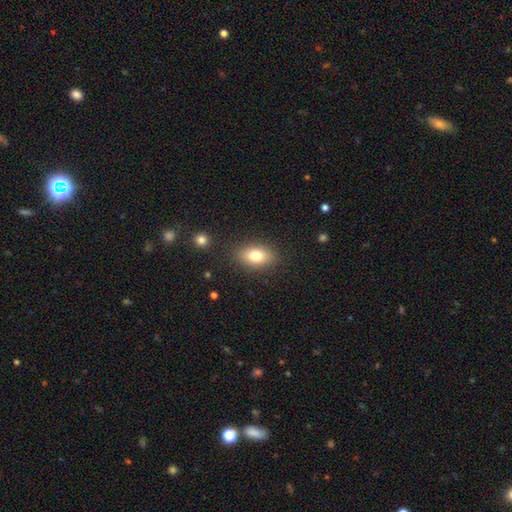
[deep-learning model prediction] smooth 76%, featured or disk 14%, star or artifact 9%. Down the decision tree: how rounded — in between (84%); merging — none (86%).